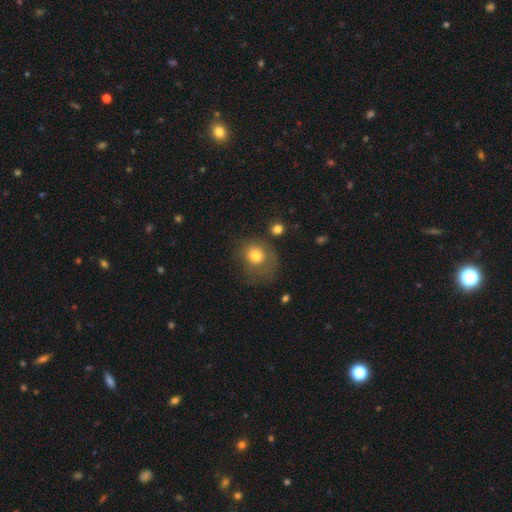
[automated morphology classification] Smooth or featured? smooth (75%)
How rounded? round (69%)
Merging? none (49%)